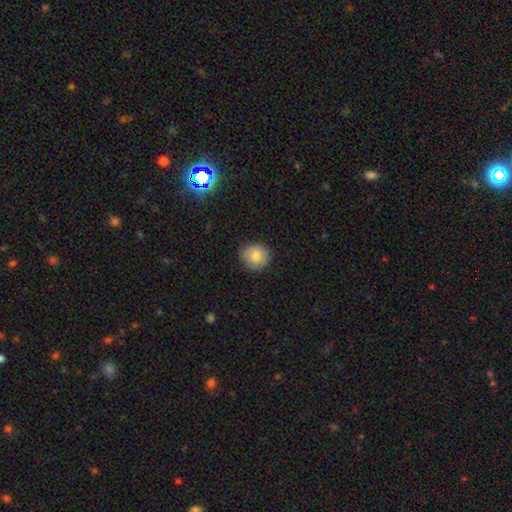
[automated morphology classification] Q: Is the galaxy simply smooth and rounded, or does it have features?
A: smooth — 84%.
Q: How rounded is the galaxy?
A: round — 84%.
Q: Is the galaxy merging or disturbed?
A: none — 84%.